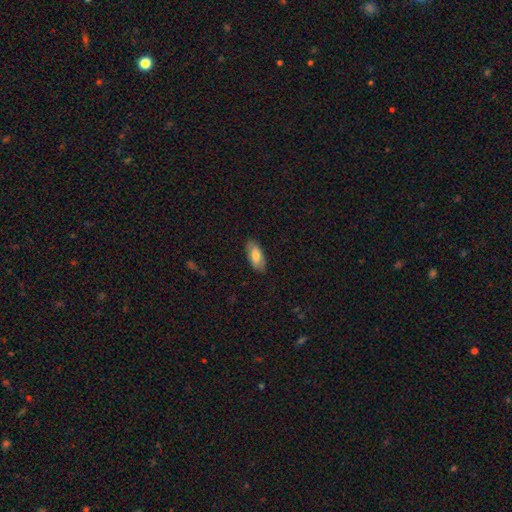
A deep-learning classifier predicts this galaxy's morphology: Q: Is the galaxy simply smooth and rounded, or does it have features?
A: smooth — 76%.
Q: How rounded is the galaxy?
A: in between — 89%.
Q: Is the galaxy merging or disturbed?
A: none — 86%.